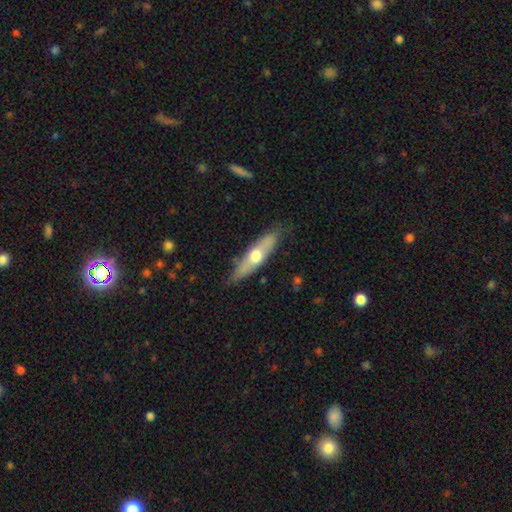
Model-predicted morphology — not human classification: The model was most divided on "smooth or featured": smooth: 49%, featured or disk: 45%, star or artifact: 5%. More confident: merging — none (79%).